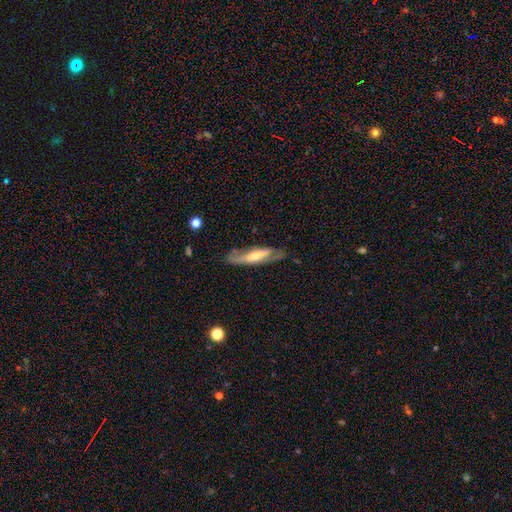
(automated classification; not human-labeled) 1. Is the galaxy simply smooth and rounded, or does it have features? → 60% featured or disk, 34% smooth, 6% star or artifact.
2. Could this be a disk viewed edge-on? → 51% yes, 49% no.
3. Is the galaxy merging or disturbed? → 74% none, 18% minor disturbance, 7% major disturbance, 2% merger.